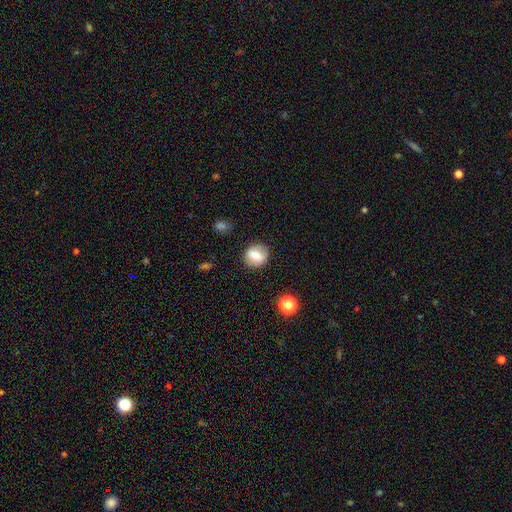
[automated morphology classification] This is likely a smooth galaxy (65%). How rounded: likely round (73%). Merging: clearly none (84%).